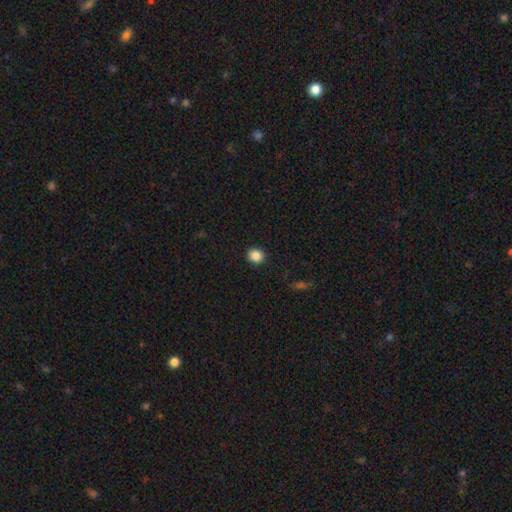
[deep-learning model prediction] A smooth galaxy with no disk features (87%) that is round (81%).

Vote fractions:
- Smooth or featured? smooth: 87% / star or artifact: 10% / featured or disk: 3%
- How rounded? round: 81% / in between: 18% / cigar-shaped: 1%
- Merging? none: 91% / minor disturbance: 6% / major disturbance: 2% / merger: 1%